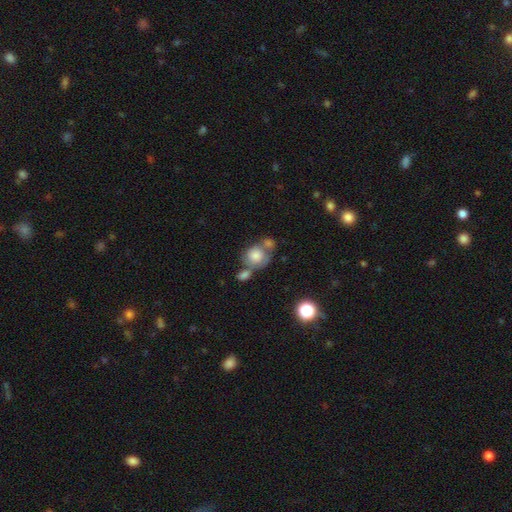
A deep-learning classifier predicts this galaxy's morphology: Smooth or featured? Predicted: smooth (p=0.70). How rounded? Predicted: round (p=0.71). Merging? Predicted: merger (p=0.42).